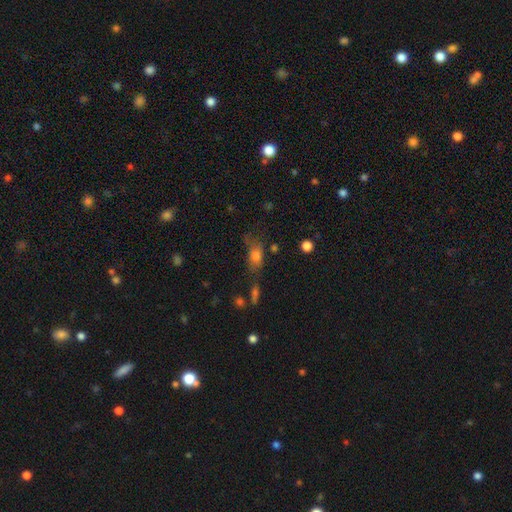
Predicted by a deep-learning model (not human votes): smooth 73%, featured or disk 15%, star or artifact 12%. Down the decision tree: how rounded — in between (77%); merging — none (47%).